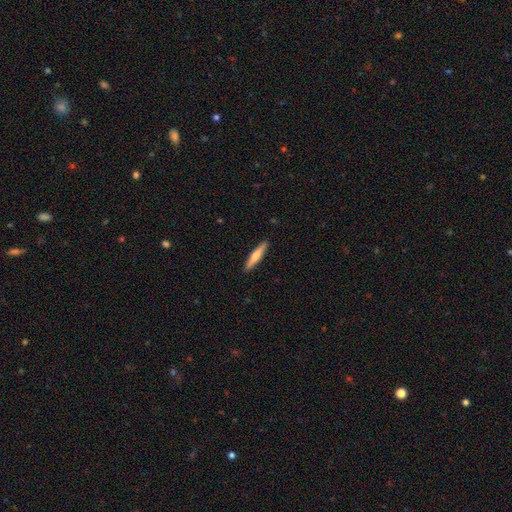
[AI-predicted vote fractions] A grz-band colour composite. It shows a smooth galaxy with no disk features (57%) that is cigar-shaped (89%). Merging: none (91%).